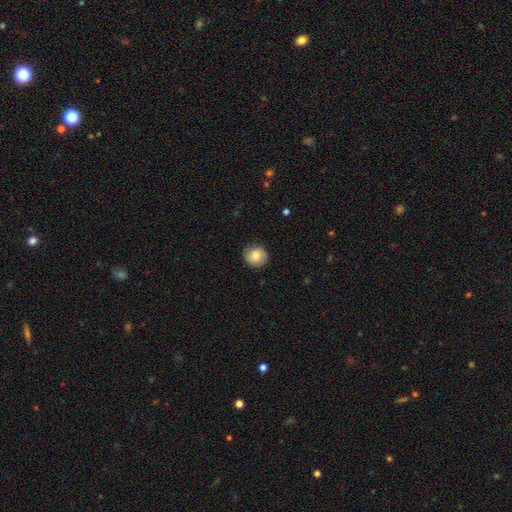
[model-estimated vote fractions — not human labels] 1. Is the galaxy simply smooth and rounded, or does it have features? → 71% smooth, 21% featured or disk, 8% star or artifact.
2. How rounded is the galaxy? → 87% round, 12% in between, 1% cigar-shaped.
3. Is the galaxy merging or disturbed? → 85% none, 11% minor disturbance, 3% major disturbance, 1% merger.